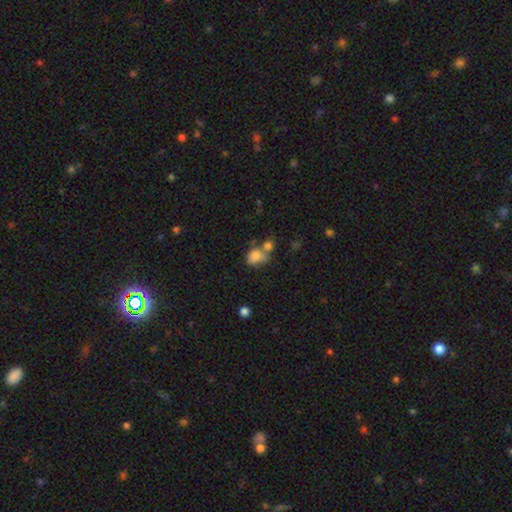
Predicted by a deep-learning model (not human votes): A smooth galaxy with no disk features (79%) that is in between round and cigar-shaped (56%). Merging: merger (42%).